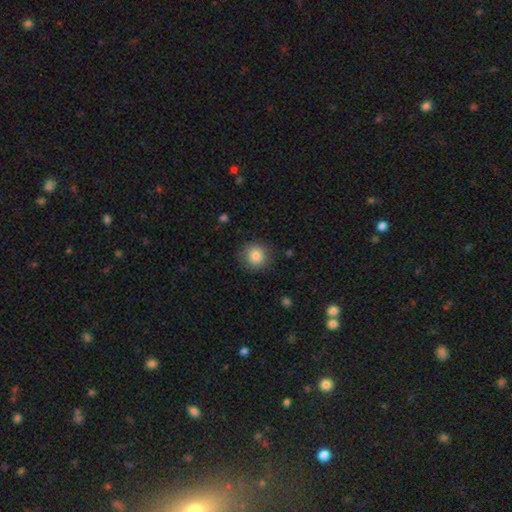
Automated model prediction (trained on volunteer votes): The model was most divided on "merging": none: 84%, minor disturbance: 11%, major disturbance: 4%, merger: 1%. More confident: how rounded — round (91%); smooth or featured — smooth (84%).